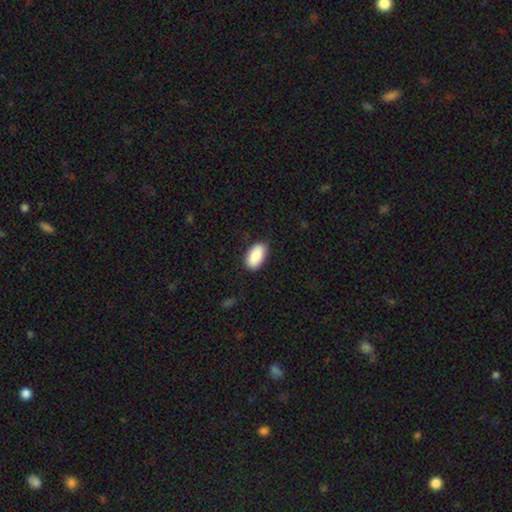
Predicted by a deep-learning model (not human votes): A smooth galaxy with no disk features (90%) that is in between round and cigar-shaped (95%).

Vote fractions:
- Smooth or featured? smooth: 90% / star or artifact: 6% / featured or disk: 4%
- How rounded? in between: 95% / round: 3% / cigar-shaped: 2%
- Merging? none: 84% / minor disturbance: 13% / major disturbance: 2% / merger: 1%